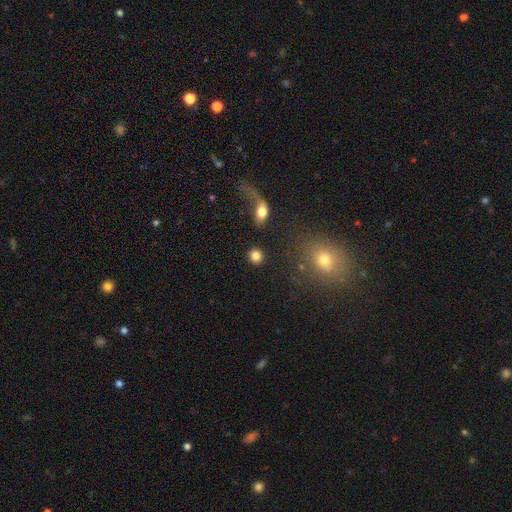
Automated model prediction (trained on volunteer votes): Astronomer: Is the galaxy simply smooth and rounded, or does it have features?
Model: smooth — 84%.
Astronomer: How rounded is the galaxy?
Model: round — 85%.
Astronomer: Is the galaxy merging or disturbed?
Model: none — 82%.